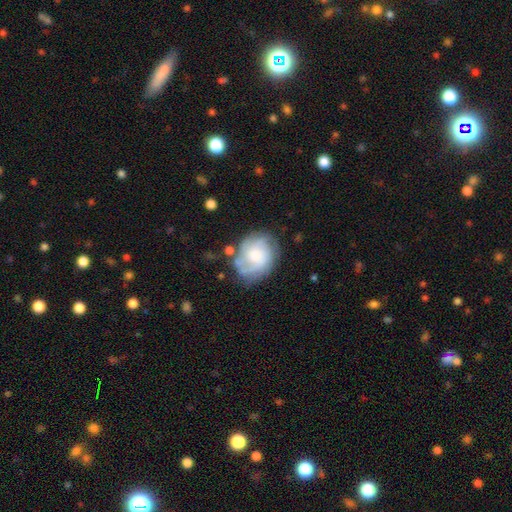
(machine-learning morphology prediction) Smooth or featured? featured or disk (64%)
Edge-on disk? no (98%)
Bar? no (72%)
Spiral arms? yes (86%)
Spiral winding? tight (44%)
Spiral arm count? can't tell (32%)
Bulge size? moderate (41%)
Merging? none (63%)